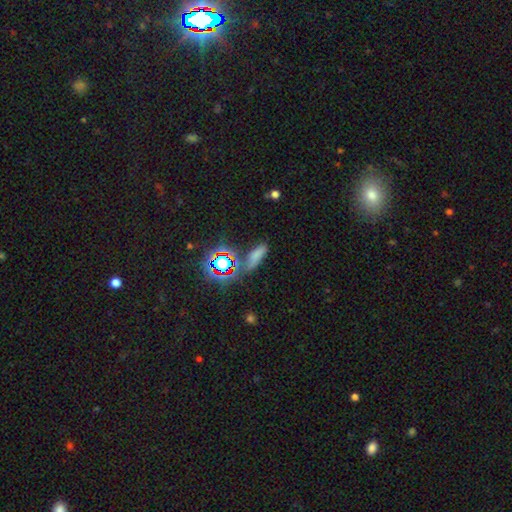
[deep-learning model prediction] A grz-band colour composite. It shows a smooth galaxy with no disk features (61%) that is in between round and cigar-shaped (54%). Merging: none (63%).